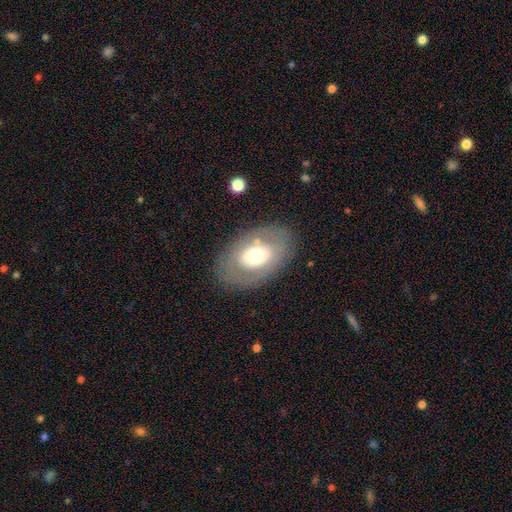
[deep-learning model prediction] Smooth or featured?
  - smooth: 47% *
  - featured or disk: 45%
  - star or artifact: 8%
Merging?
  - none: 79% *
  - minor disturbance: 12%
  - major disturbance: 7%
  - merger: 2%